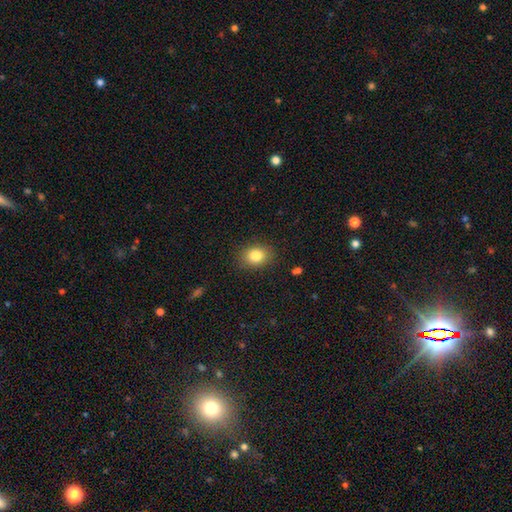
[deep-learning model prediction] The model was most divided on "how rounded": in between: 55%, round: 44%, cigar-shaped: 1%. More confident: merging — none (86%); smooth or featured — smooth (83%).